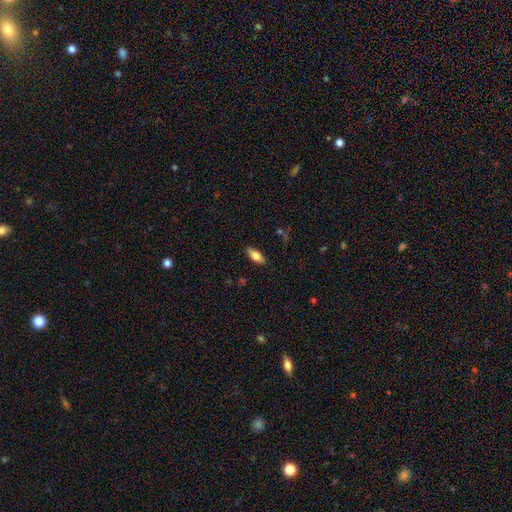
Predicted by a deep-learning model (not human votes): Q: Smooth or featured?
A: smooth (77%); runner-up: featured or disk (17%)
Q: How rounded?
A: in between (81%); runner-up: cigar-shaped (16%)
Q: Merging?
A: none (86%); runner-up: minor disturbance (10%)